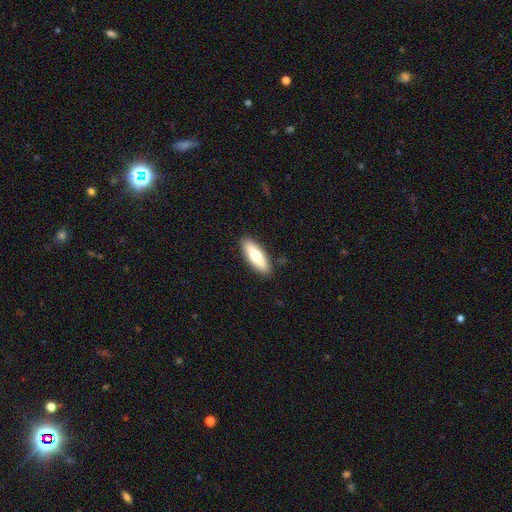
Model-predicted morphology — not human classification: A smooth galaxy with no disk features (69%) that is in between round and cigar-shaped (62%). Merging: none (89%).